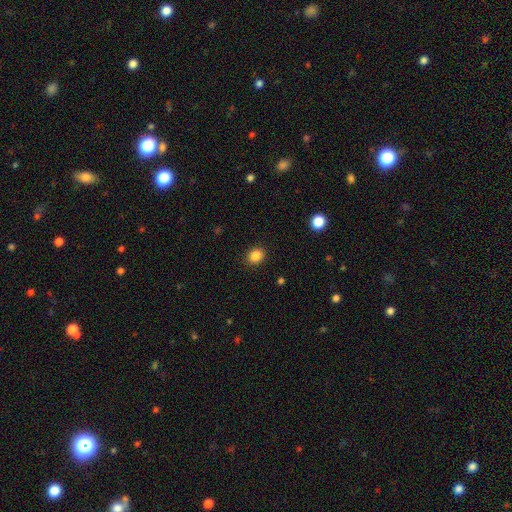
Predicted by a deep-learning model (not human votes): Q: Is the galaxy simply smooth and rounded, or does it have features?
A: smooth — 86%.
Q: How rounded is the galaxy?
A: round — 54%.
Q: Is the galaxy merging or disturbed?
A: none — 89%.